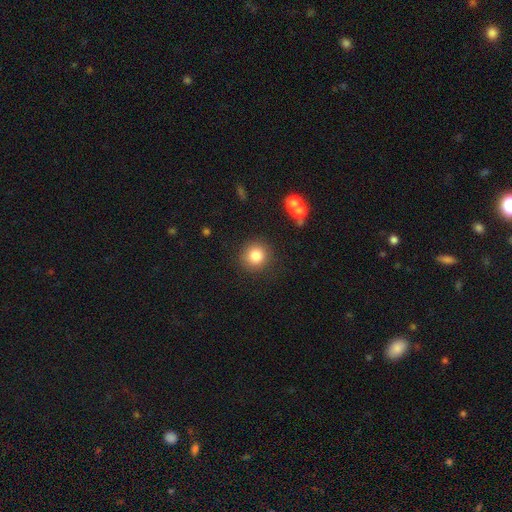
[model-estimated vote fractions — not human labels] This appears to be a smooth galaxy with no disk features (81%) that is round (93%). Merging: none (87%).